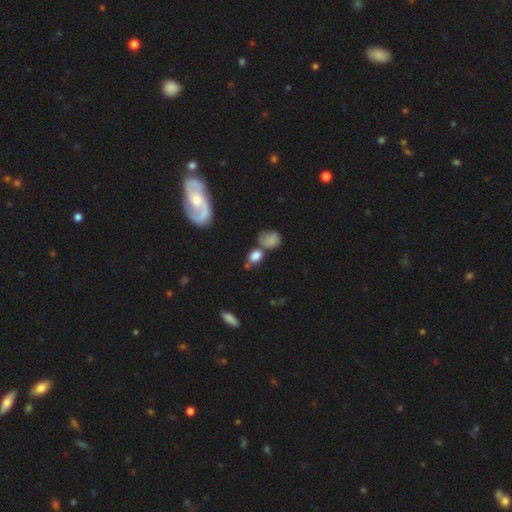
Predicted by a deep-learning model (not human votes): Smooth or featured? smooth (76%)
How rounded? in between (56%)
Merging? none (48%)